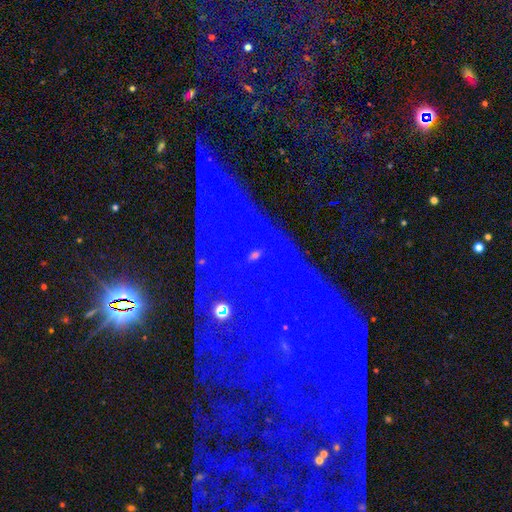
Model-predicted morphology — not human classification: Smooth or featured? star or artifact (82%)